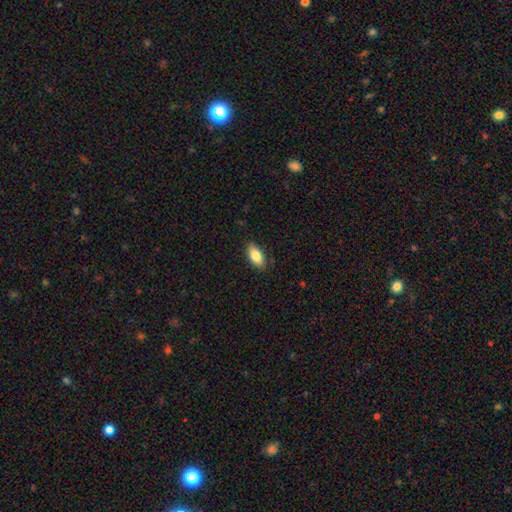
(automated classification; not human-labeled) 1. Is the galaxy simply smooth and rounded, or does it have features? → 83% smooth, 11% featured or disk, 7% star or artifact.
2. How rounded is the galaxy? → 87% in between, 10% cigar-shaped, 3% round.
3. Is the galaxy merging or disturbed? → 85% none, 12% minor disturbance, 2% major disturbance, 1% merger.